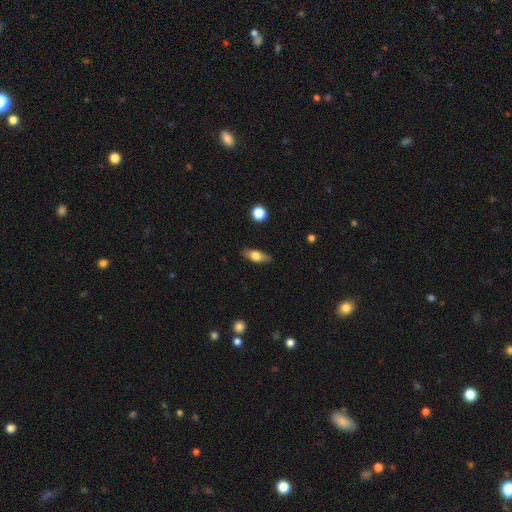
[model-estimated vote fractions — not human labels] The model was most divided on "smooth or featured": smooth: 67%, featured or disk: 26%, star or artifact: 7%. More confident: merging — none (83%); how rounded — in between (73%).